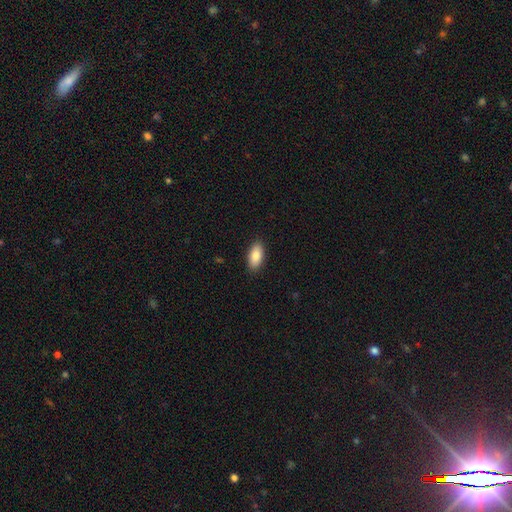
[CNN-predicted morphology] The model was most divided on "smooth or featured": smooth: 88%, star or artifact: 6%, featured or disk: 6%. More confident: how rounded — in between (91%); merging — none (90%).